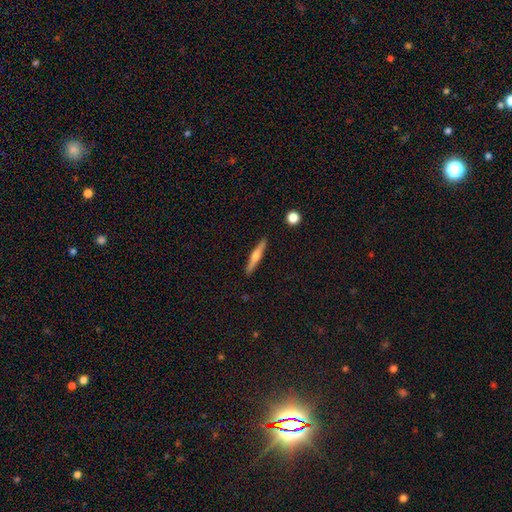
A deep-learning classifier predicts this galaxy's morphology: Smooth or featured? Predicted: featured or disk (p=0.55). Edge-on disk? Predicted: yes (p=0.97). Edge-on bulge? Predicted: rounded (p=0.84). Merging? Predicted: none (p=0.90).